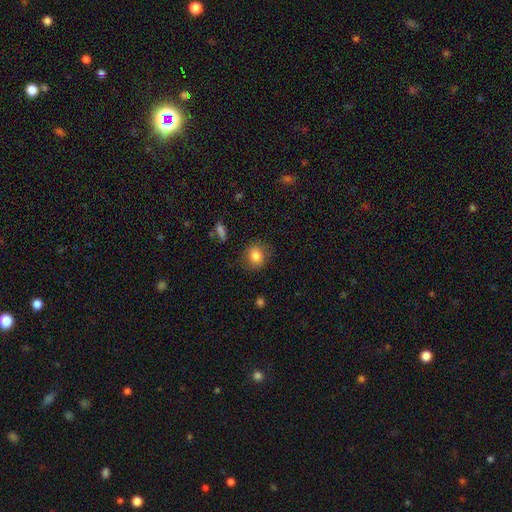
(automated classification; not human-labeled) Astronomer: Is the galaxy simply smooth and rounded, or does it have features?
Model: smooth — 82%.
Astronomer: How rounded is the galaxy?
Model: round — 61% (runner-up: in between, 37%).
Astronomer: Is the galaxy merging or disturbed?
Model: none — 80%.